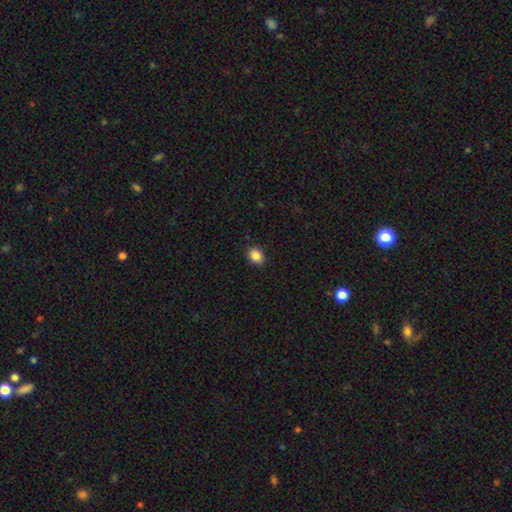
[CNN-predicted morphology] Smooth or featured?
  - smooth: 87% *
  - star or artifact: 9%
  - featured or disk: 4%
How rounded?
  - in between: 55% *
  - round: 44%
  - cigar-shaped: 1%
Merging?
  - none: 90% *
  - minor disturbance: 7%
  - major disturbance: 2%
  - merger: 1%